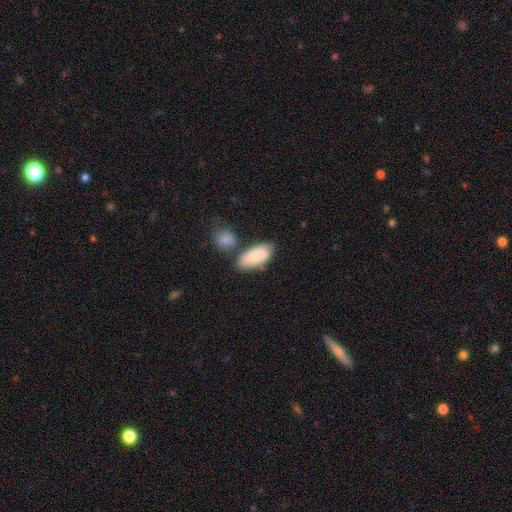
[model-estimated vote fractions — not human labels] Q: Smooth or featured?
A: smooth (76%); runner-up: featured or disk (18%)
Q: How rounded?
A: in between (91%); runner-up: cigar-shaped (5%)
Q: Merging?
A: none (55%); runner-up: merger (20%)